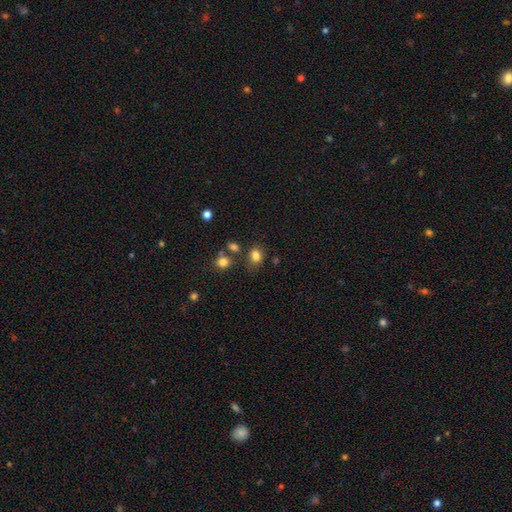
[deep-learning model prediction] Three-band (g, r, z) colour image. It shows a smooth galaxy with no disk features (82%) that is in between round and cigar-shaped (54%). Merging: none (70%).